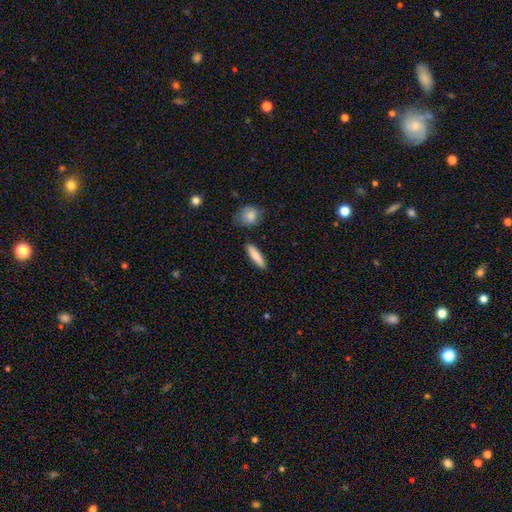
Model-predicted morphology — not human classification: A smooth galaxy with no disk features (77%) that is cigar-shaped (71%).

Vote fractions:
- Smooth or featured? smooth: 77% / featured or disk: 17% / star or artifact: 6%
- How rounded? cigar-shaped: 71% / in between: 27% / round: 3%
- Merging? none: 85% / minor disturbance: 10% / merger: 3% / major disturbance: 2%